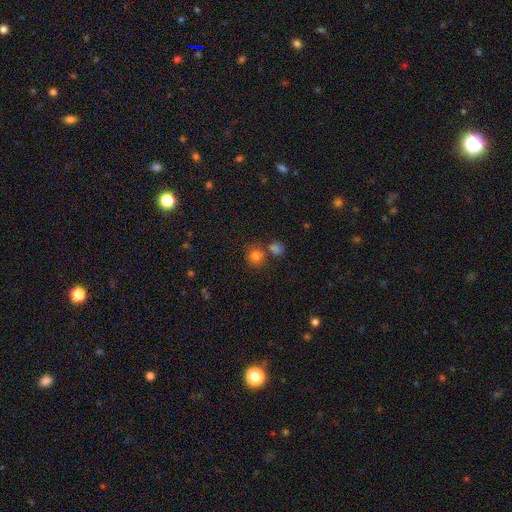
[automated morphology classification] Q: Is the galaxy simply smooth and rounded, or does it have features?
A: smooth — 80%.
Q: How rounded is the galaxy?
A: round — 86%.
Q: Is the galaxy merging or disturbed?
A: none — 65%.